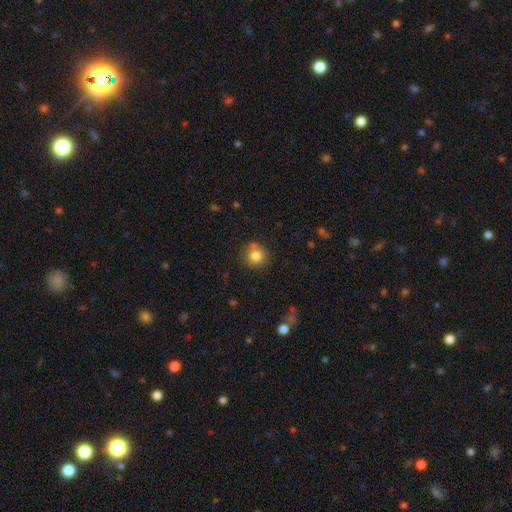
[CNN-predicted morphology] This is clearly a smooth galaxy (81%). How rounded: clearly round (92%). Merging: likely none (76%).